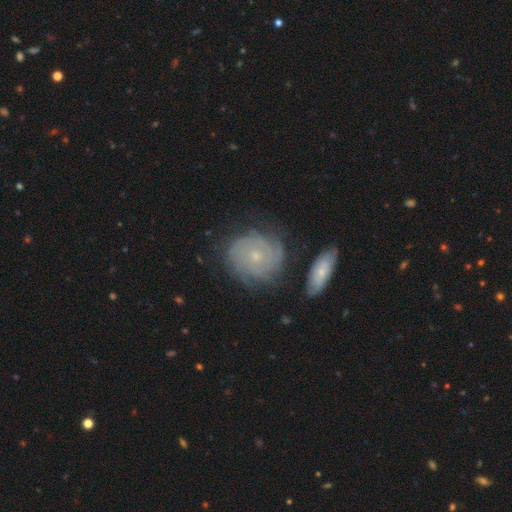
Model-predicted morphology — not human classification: smooth_or_featured: featured or disk (p=0.73) [alt: smooth p=0.19]
disk_edge_on: no (p=0.97) [alt: yes p=0.03]
bar: no (p=0.83) [alt: weak p=0.14]
has_spiral_arms: yes (p=0.90) [alt: no p=0.10]
spiral_winding: tight (p=0.77) [alt: medium p=0.18]
spiral_arm_count: can't tell (p=0.42) [alt: 2 p=0.24]
bulge_size: small (p=0.73) [alt: moderate p=0.23]
merging: none (p=0.72) [alt: minor disturbance p=0.17]